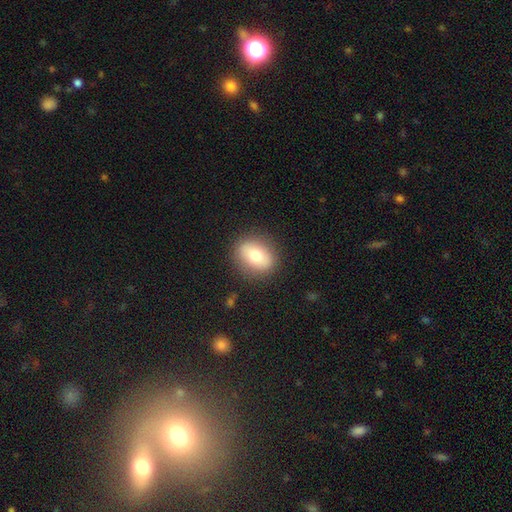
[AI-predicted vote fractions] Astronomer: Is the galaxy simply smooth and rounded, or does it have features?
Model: smooth — 69%.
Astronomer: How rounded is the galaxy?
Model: round — 51% (runner-up: in between, 47%).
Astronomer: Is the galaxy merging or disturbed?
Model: none — 86%.